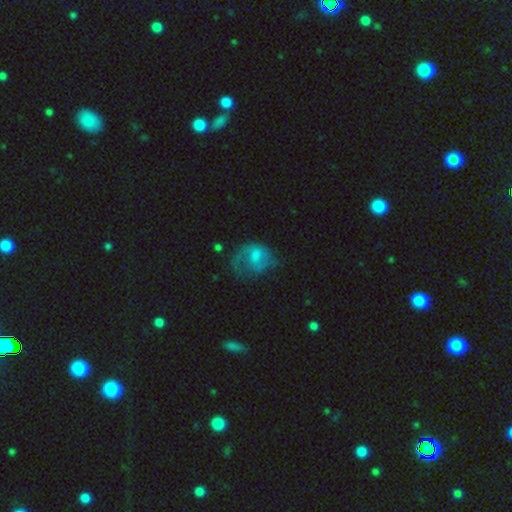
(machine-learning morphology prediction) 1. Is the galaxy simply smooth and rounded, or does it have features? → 49% featured or disk, 42% smooth, 9% star or artifact.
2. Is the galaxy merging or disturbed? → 37% none, 34% major disturbance, 26% minor disturbance, 3% merger.